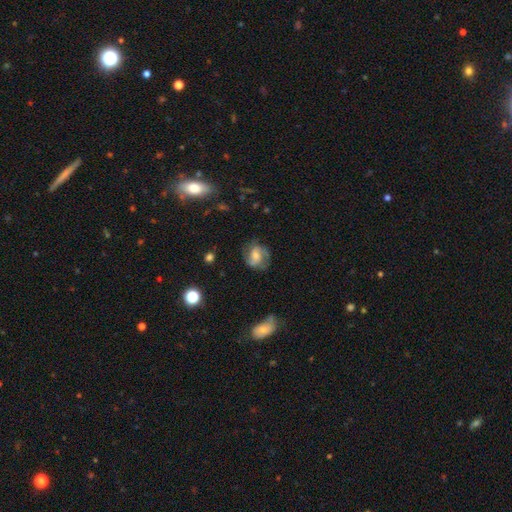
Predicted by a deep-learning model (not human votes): Morphology: type=featured or disk (64%); edge-on=no (97%); bar=no (43%); spiral arms=yes (90%); winding=medium (48%); arm count=2 (80%); bulge=moderate (46%); merging=none (70%).